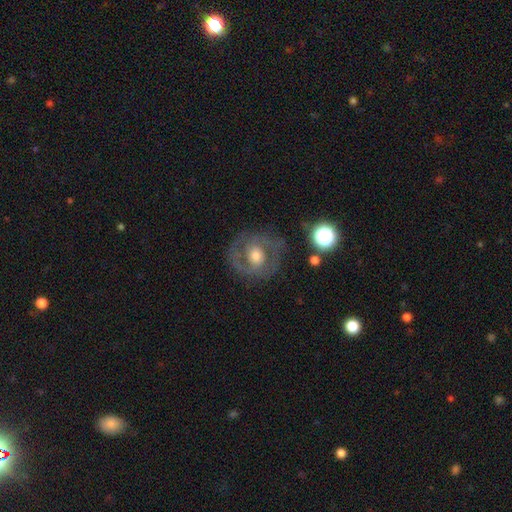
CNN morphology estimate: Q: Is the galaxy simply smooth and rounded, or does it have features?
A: featured or disk — 70%.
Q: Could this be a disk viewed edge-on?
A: no — 96%.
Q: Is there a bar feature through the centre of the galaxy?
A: no — 44%.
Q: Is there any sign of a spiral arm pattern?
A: yes — 73%.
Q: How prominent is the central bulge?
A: moderate — 68%.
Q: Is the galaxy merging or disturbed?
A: none — 80%.